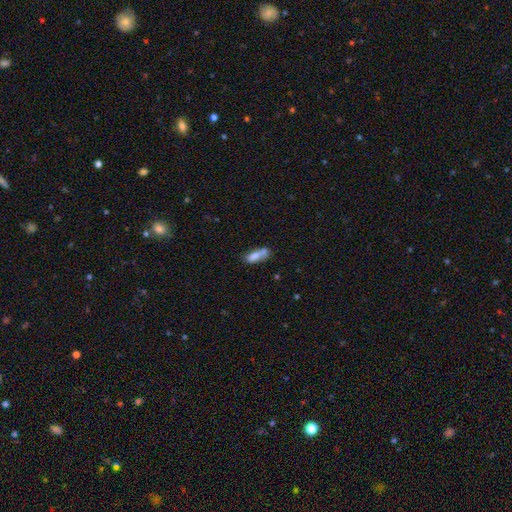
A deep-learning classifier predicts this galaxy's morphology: The model was most divided on "merging": none: 42%, merger: 31%, minor disturbance: 19%, major disturbance: 7%. More confident: smooth or featured — smooth (75%); how rounded — in between (58%).